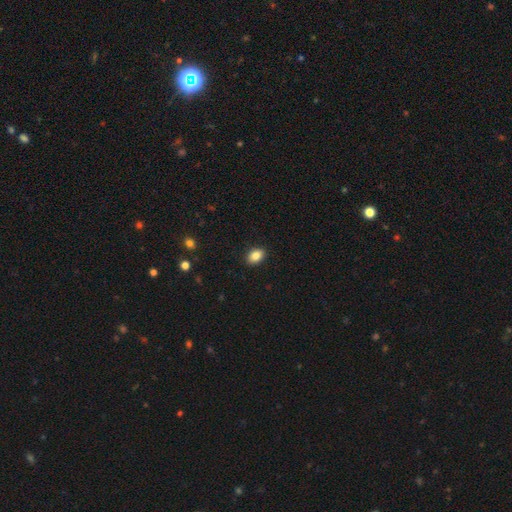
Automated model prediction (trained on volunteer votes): Smooth or featured: smooth — 86% (star or artifact — 8%)
How rounded: in between — 79% (round — 19%)
Merging: none — 90% (minor disturbance — 7%)